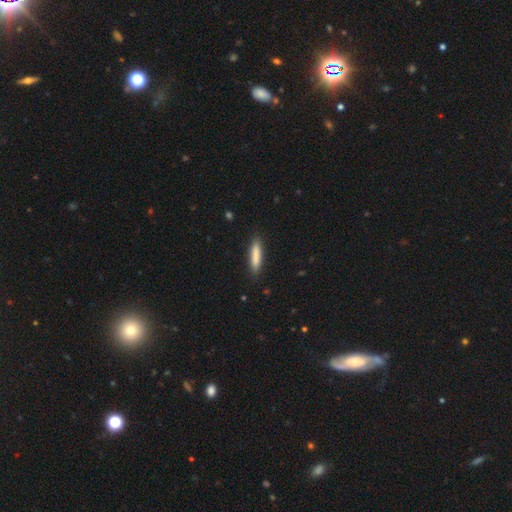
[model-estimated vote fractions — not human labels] Smooth or featured? smooth (85%)
How rounded? cigar-shaped (81%)
Merging? none (88%)